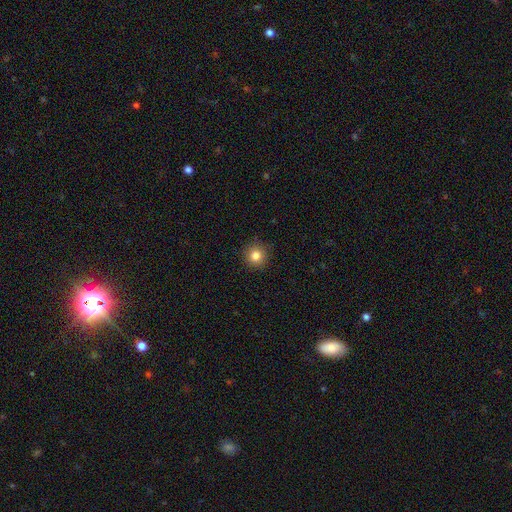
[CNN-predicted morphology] Smooth or featured? smooth (83%)
How rounded? round (94%)
Merging? none (91%)